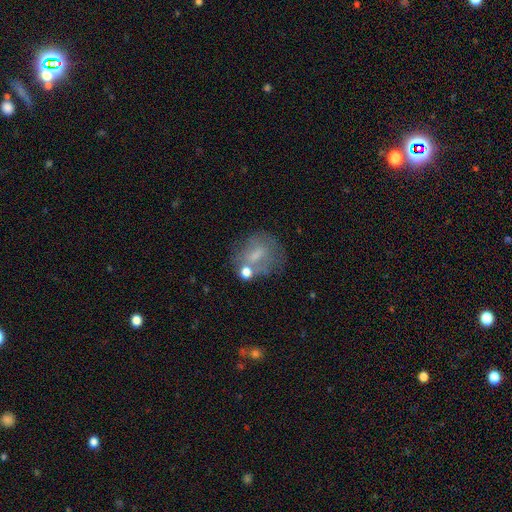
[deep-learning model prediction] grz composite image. It shows a smooth galaxy with no disk features (54%) that is round (57%). Merging: none (51%).